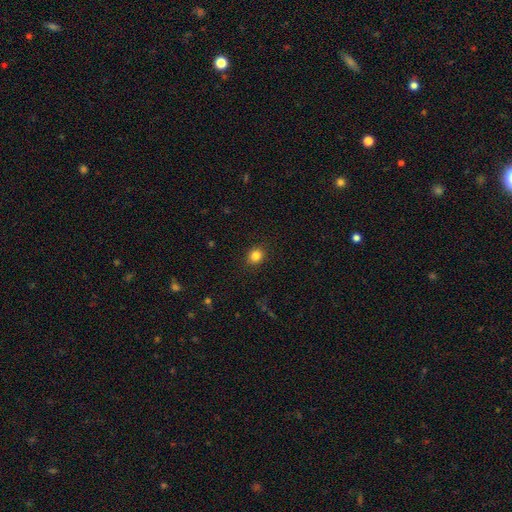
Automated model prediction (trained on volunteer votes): A smooth galaxy with no disk features (84%) that is round (74%).

Vote fractions:
- Smooth or featured? smooth: 84% / star or artifact: 11% / featured or disk: 5%
- How rounded? round: 74% / in between: 25% / cigar-shaped: 1%
- Merging? none: 90% / minor disturbance: 7% / major disturbance: 2% / merger: 1%